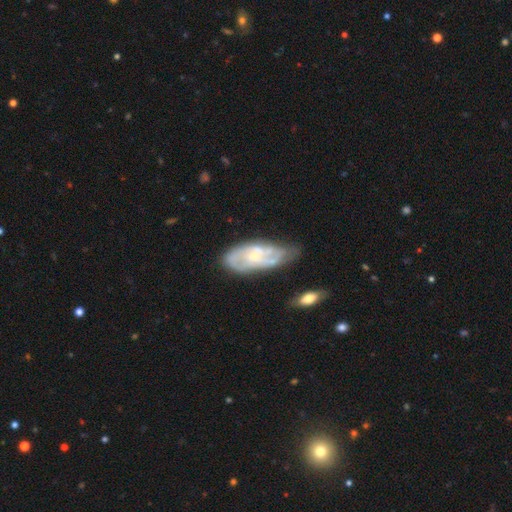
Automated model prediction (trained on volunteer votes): Q: Smooth or featured?
A: featured or disk (70%); runner-up: smooth (24%)
Q: Edge-on disk?
A: no (93%); runner-up: yes (7%)
Q: Bar?
A: no (64%); runner-up: weak (31%)
Q: Spiral arms?
A: yes (79%); runner-up: no (21%)
Q: Spiral winding?
A: medium (42%); runner-up: tight (41%)
Q: Spiral arm count?
A: can't tell (40%); runner-up: 2 (38%)
Q: Bulge size?
A: small (60%); runner-up: moderate (29%)
Q: Merging?
A: none (52%); runner-up: minor disturbance (29%)